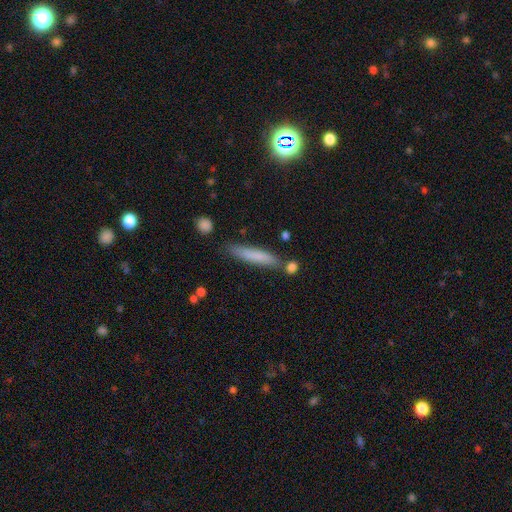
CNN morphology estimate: smooth_or_featured: smooth (p=0.75) [alt: featured or disk p=0.18]
how_rounded: cigar-shaped (p=0.90) [alt: in between p=0.09]
merging: none (p=0.77) [alt: minor disturbance p=0.13]